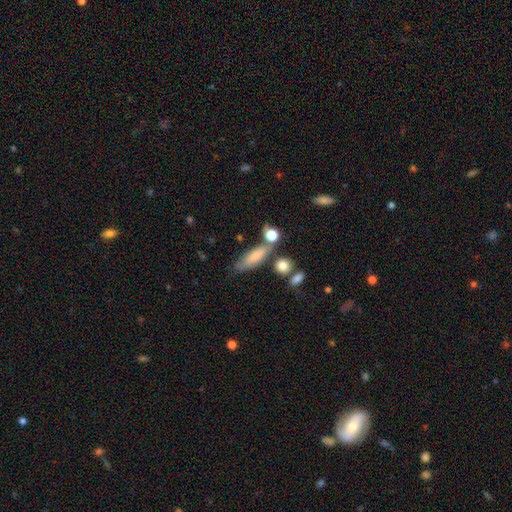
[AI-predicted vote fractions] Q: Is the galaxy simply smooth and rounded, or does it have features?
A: smooth — 74%.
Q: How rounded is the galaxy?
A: in between — 54%.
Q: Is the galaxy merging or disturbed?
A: none — 62%.